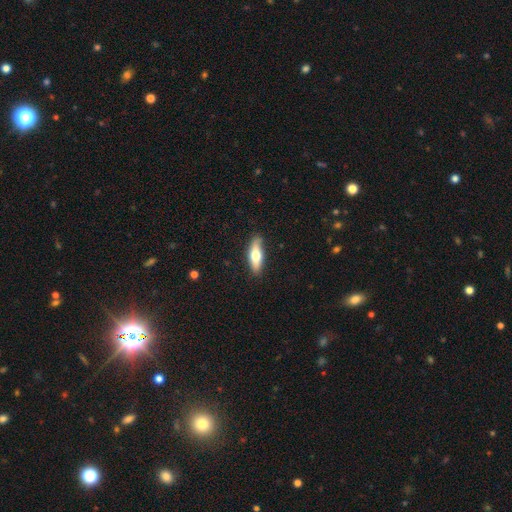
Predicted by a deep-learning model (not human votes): smooth-or-featured: smooth: 60% | featured or disk: 34% | star or artifact: 6%
  how-rounded: in between: 51% | cigar-shaped: 46% | round: 2%
  merging: none: 84% | minor disturbance: 12% | major disturbance: 2% | merger: 1%